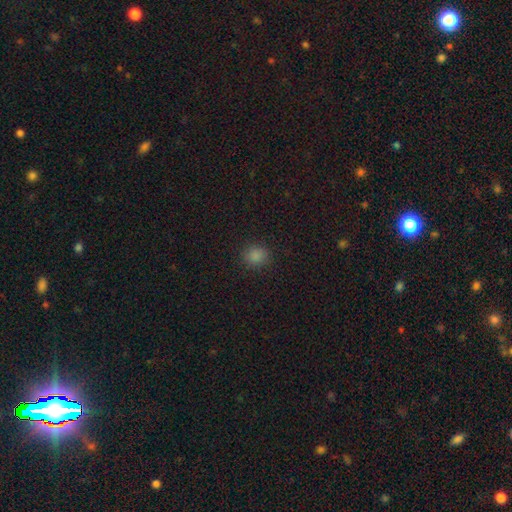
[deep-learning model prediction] A smooth galaxy with no disk features (83%) that is round (77%).

Vote fractions:
- Smooth or featured? smooth: 83% / star or artifact: 14% / featured or disk: 3%
- How rounded? round: 77% / in between: 22% / cigar-shaped: 1%
- Merging? none: 89% / minor disturbance: 8% / major disturbance: 2% / merger: 1%